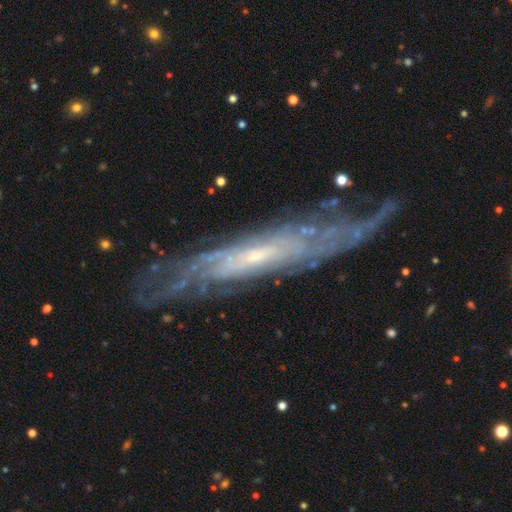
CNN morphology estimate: Smooth or featured? Predicted: featured or disk (p=0.83). Edge-on disk? Predicted: no (p=0.66). Bar? Predicted: no (p=0.58). Spiral arms? Predicted: yes (p=0.94). Spiral winding? Predicted: tight (p=0.67). Spiral arm count? Predicted: can't tell (p=0.55). Bulge size? Predicted: small (p=0.77). Merging? Predicted: none (p=0.72).